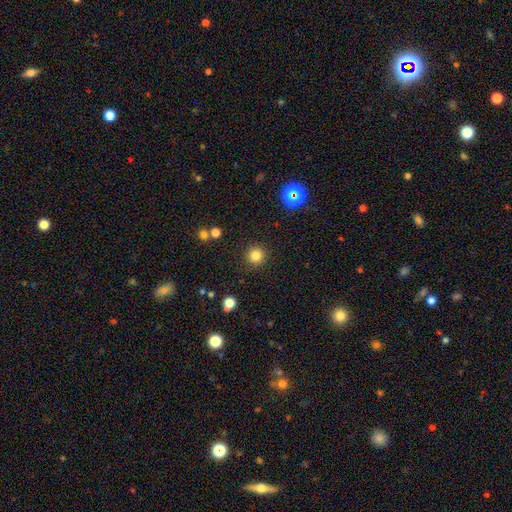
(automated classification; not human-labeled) This appears to be a smooth galaxy with no disk features (82%) that is round (95%). Merging: none (91%).